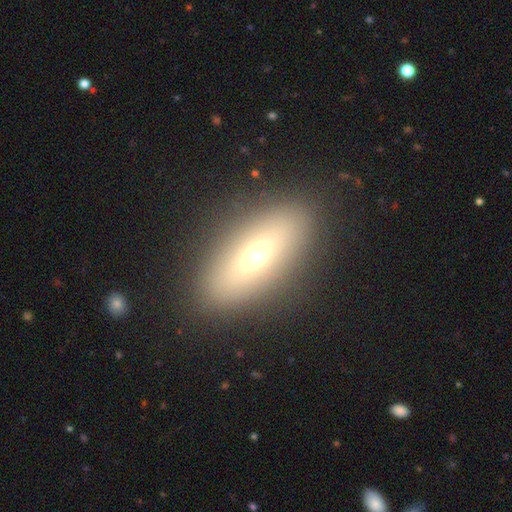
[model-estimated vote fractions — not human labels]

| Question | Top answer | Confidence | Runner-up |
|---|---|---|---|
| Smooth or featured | smooth | 58% | featured or disk (31%) |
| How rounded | in between | 67% | cigar-shaped (28%) |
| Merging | none | 87% | minor disturbance (8%) |